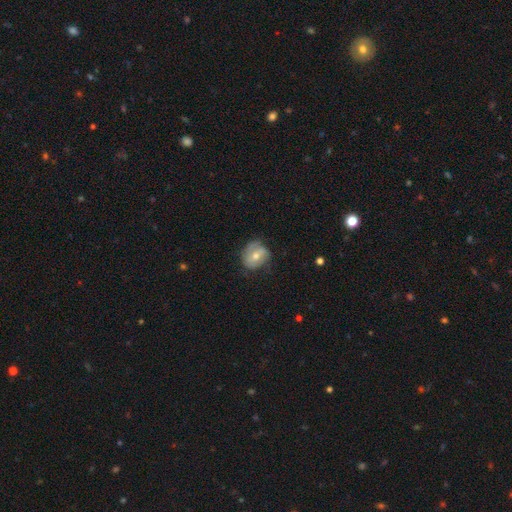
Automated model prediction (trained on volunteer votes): A featured or disk galaxy (49%).

Vote fractions:
- Smooth or featured? featured or disk: 49% / smooth: 42% / star or artifact: 10%
- Merging? none: 62% / minor disturbance: 27% / major disturbance: 9% / merger: 1%